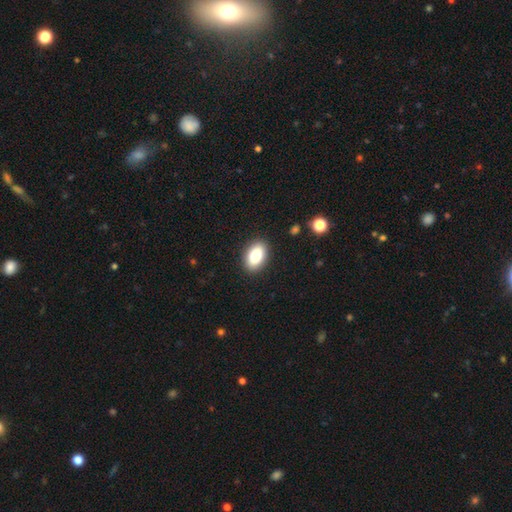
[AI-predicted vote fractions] A smooth galaxy with no disk features (82%) that is in between round and cigar-shaped (89%). Merging: none (89%).